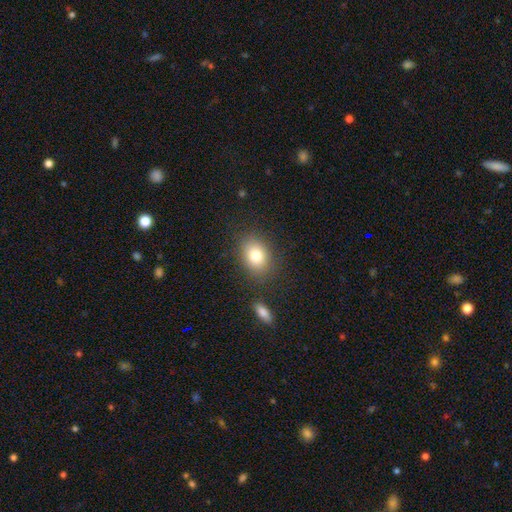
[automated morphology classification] Smooth or featured? Predicted: smooth (p=0.80). How rounded? Predicted: in between (p=0.65). Merging? Predicted: none (p=0.82).